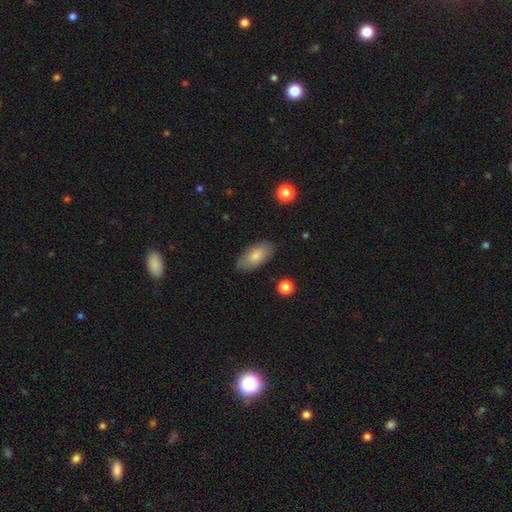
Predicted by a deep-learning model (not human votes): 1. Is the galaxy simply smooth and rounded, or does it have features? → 80% smooth, 14% featured or disk, 6% star or artifact.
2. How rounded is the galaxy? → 92% in between, 5% cigar-shaped, 2% round.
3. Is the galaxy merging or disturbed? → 81% none, 14% minor disturbance, 3% major disturbance, 1% merger.